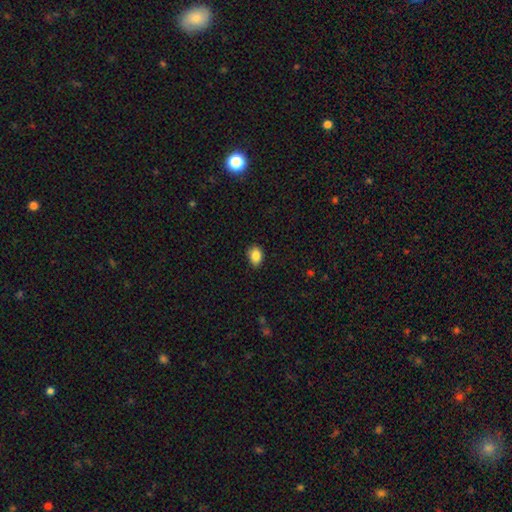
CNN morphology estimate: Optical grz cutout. It shows a smooth galaxy with no disk features (87%) that is in between round and cigar-shaped (75%). Merging: none (81%).